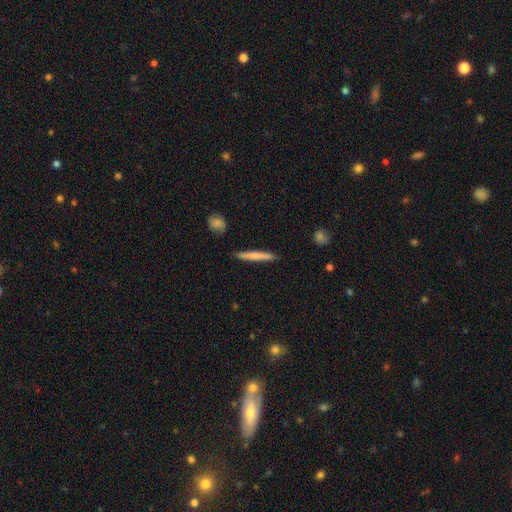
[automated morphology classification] type=smooth (72%); roundness=cigar-shaped (95%); merging=none (89%).